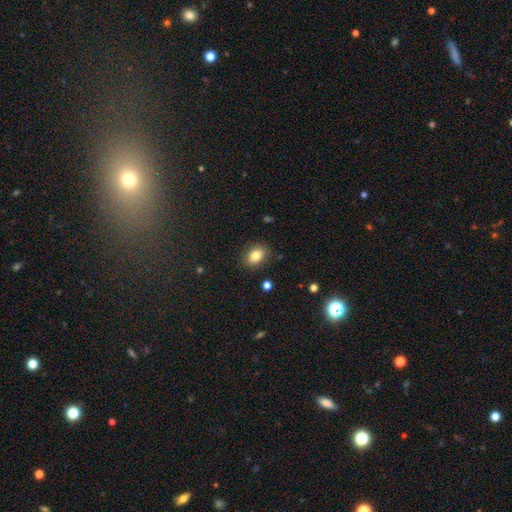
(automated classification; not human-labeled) smooth_or_featured: smooth (p=0.81) [alt: star or artifact p=0.10]
how_rounded: in between (p=0.73) [alt: round p=0.26]
merging: none (p=0.85) [alt: minor disturbance p=0.11]